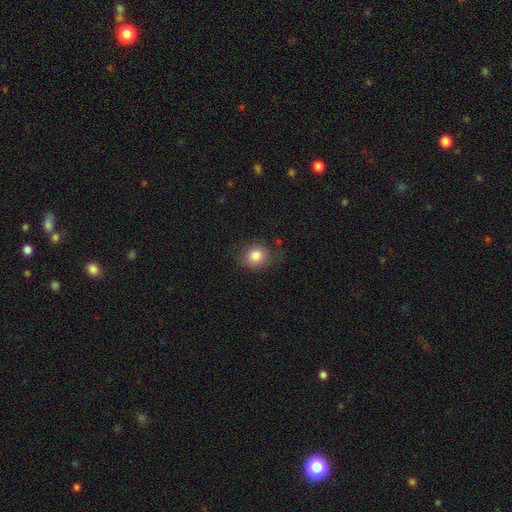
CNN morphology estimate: Smooth or featured? Predicted: smooth (p=0.83). How rounded? Predicted: round (p=0.77). Merging? Predicted: none (p=0.77).